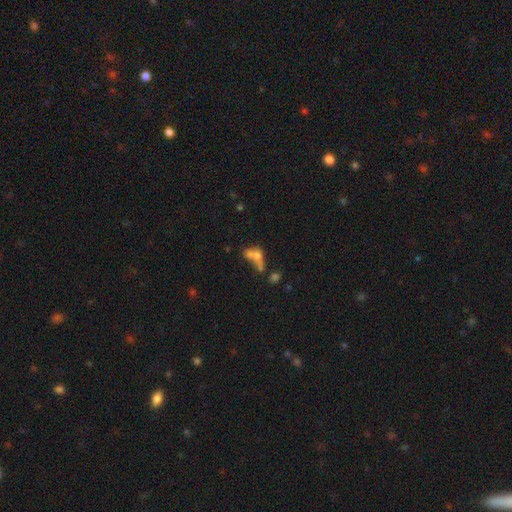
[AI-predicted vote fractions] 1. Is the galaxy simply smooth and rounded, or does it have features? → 52% smooth, 31% featured or disk, 16% star or artifact.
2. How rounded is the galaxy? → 55% in between, 33% round, 12% cigar-shaped.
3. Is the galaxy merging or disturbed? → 51% merger, 22% none, 17% major disturbance, 10% minor disturbance.